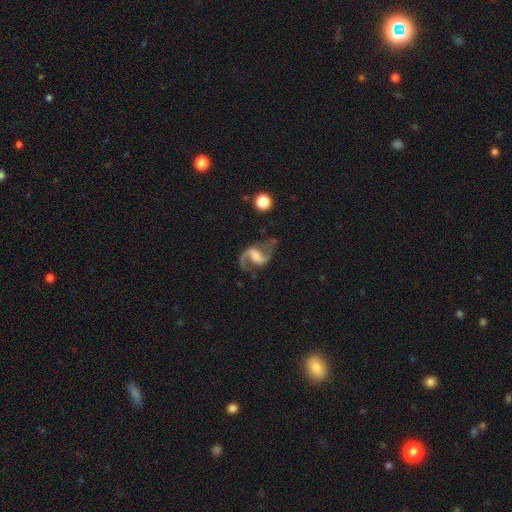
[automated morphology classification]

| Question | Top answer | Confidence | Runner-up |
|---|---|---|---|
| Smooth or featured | featured or disk | 91% | star or artifact (5%) |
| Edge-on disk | no | 98% | yes (2%) |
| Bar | weak | 46% | strong (30%) |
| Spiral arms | yes | 97% | no (3%) |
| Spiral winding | loose | 48% | medium (45%) |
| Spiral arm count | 2 | 92% | 1 (3%) |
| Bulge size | small | 34% | tied: moderate (34%) |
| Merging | none | 67% | minor disturbance (16%) |